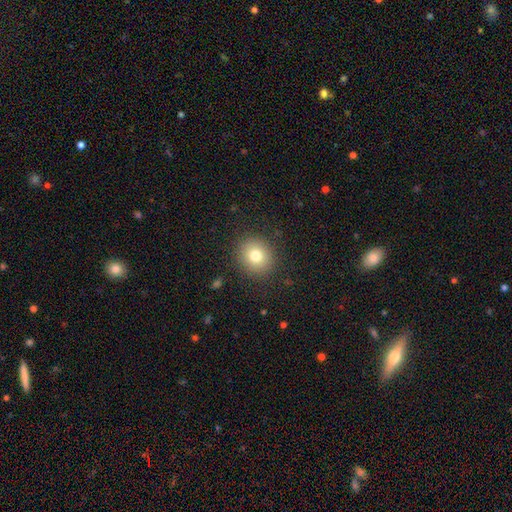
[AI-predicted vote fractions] The model was most divided on "smooth or featured": smooth: 78%, star or artifact: 12%, featured or disk: 11%. More confident: merging — none (89%); how rounded — round (85%).